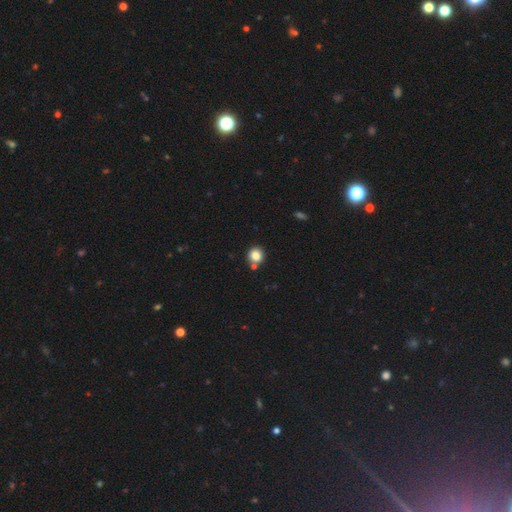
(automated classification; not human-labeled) Morphology: type=smooth (83%); roundness=round (90%); merging=none (75%).